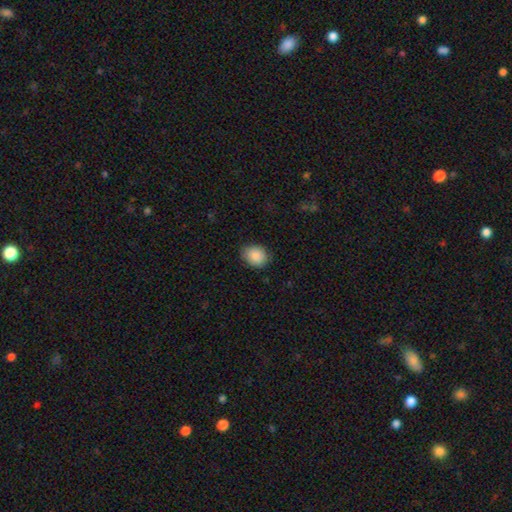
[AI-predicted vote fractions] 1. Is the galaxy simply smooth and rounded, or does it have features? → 89% smooth, 8% star or artifact, 4% featured or disk.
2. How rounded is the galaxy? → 52% round, 47% in between, 1% cigar-shaped.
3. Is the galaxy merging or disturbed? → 80% none, 16% minor disturbance, 3% major disturbance, 1% merger.